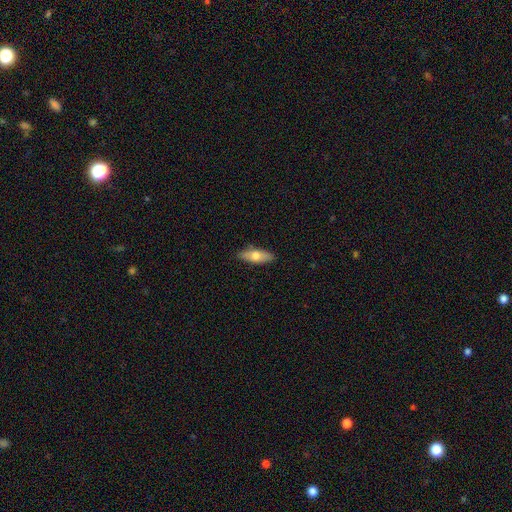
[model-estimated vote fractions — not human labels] smooth 65%, featured or disk 29%, star or artifact 6%. Down the decision tree: how rounded — in between (66%); merging — none (86%).